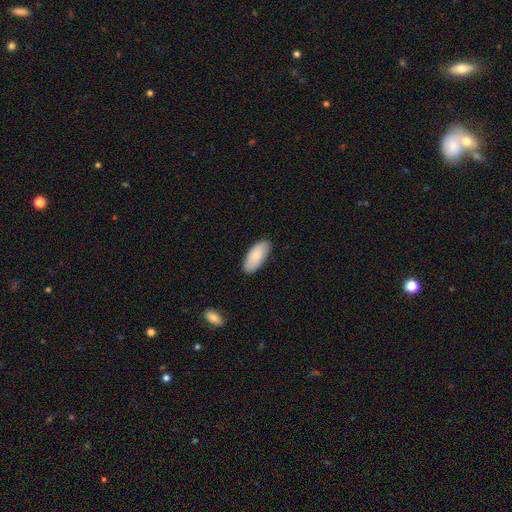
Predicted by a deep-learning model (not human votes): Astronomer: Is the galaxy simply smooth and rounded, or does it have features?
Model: smooth — 84%.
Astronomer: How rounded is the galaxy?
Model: in between — 90%.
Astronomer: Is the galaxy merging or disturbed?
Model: none — 86%.